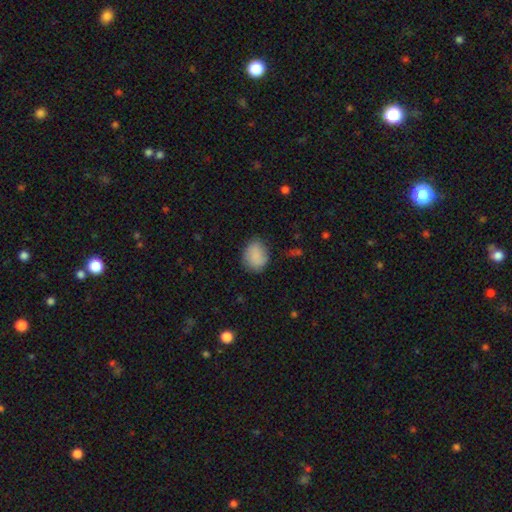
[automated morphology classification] Q: Smooth or featured?
A: smooth (85%); runner-up: star or artifact (8%)
Q: How rounded?
A: in between (50%); runner-up: round (48%)
Q: Merging?
A: none (74%); runner-up: minor disturbance (20%)